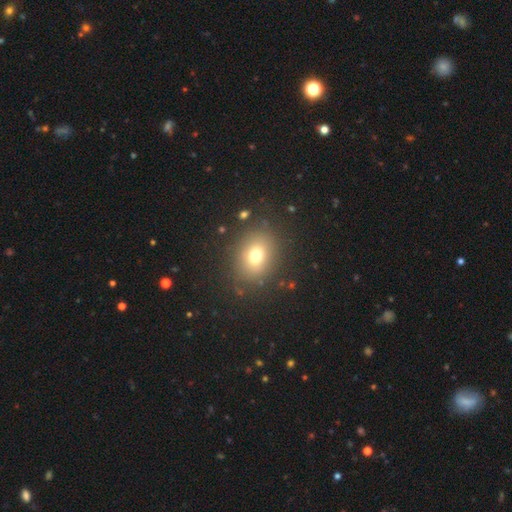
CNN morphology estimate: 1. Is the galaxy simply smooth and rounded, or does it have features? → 72% smooth, 14% star or artifact, 13% featured or disk.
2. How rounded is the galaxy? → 50% round, 49% in between, 1% cigar-shaped.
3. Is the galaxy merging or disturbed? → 83% none, 10% minor disturbance, 5% major disturbance, 2% merger.